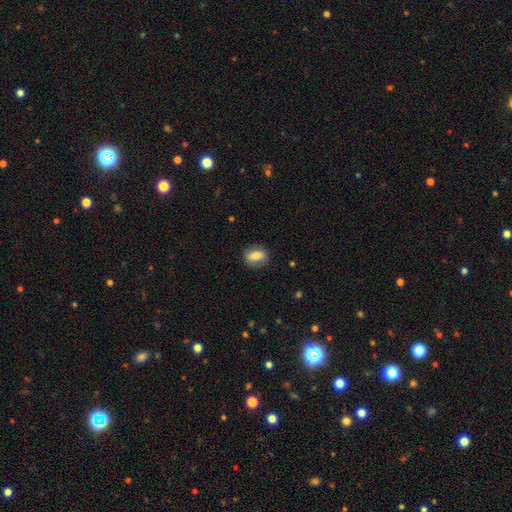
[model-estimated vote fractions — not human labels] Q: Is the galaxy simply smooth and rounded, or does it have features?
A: smooth — 73%.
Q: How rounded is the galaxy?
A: in between — 71%.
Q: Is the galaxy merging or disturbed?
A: none — 82%.